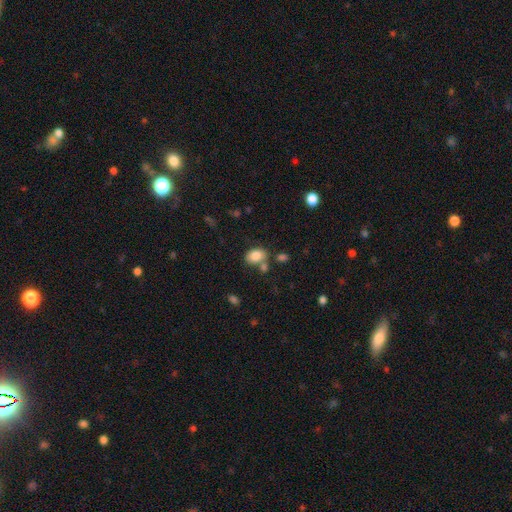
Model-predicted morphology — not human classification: type=smooth (84%); roundness=in between (81%); merging=none (59%).